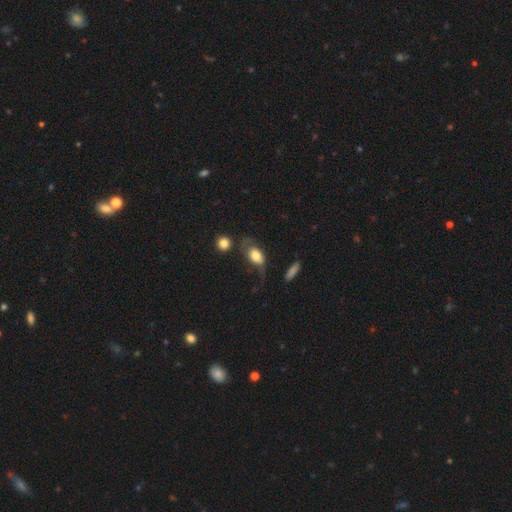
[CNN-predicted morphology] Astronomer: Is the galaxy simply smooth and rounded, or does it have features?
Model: smooth — 51% (runner-up: featured or disk, 41%).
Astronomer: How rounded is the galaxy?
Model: in between — 84%.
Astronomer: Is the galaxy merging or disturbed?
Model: none — 37% (runner-up: major disturbance, 33%).